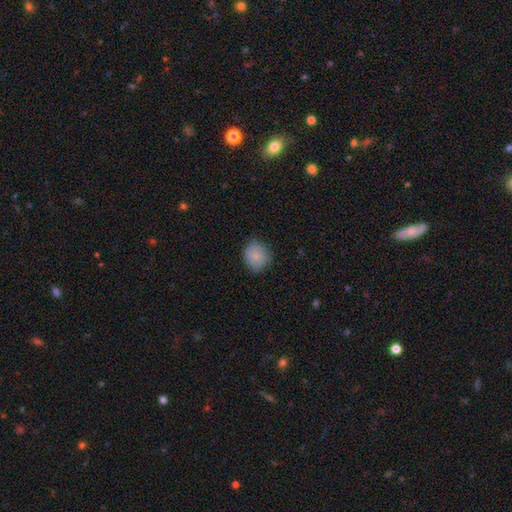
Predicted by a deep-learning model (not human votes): Smooth or featured? Predicted: smooth (p=0.80). How rounded? Predicted: round (p=0.78). Merging? Predicted: none (p=0.73).